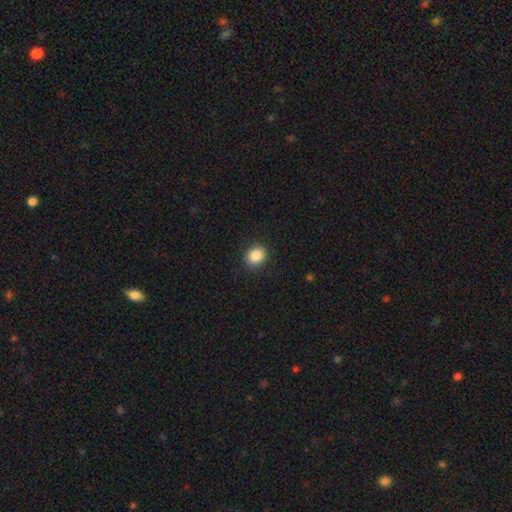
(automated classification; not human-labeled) Morphology: type=smooth (86%); roundness=round (64%); merging=none (89%).